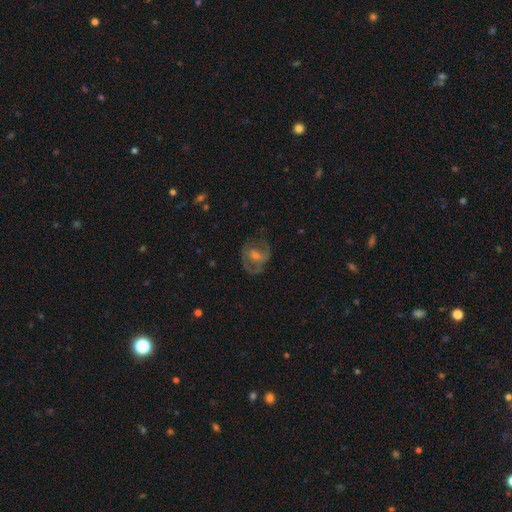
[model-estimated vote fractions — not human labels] Morphology: type=featured or disk (73%); edge-on=no (97%); bar=weak (43%); spiral arms=yes (83%); winding=medium (50%); arm count=2 (68%); bulge=moderate (46%); merging=none (66%).